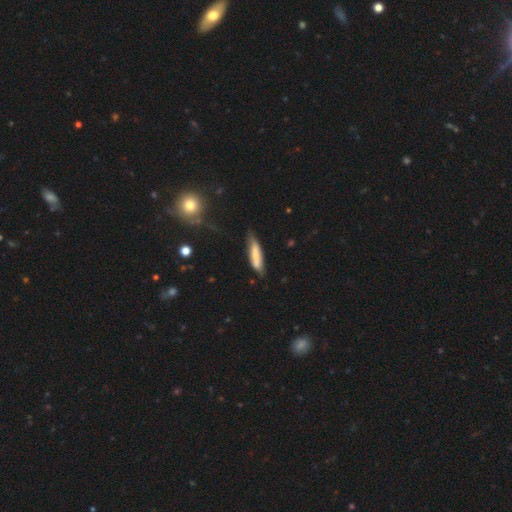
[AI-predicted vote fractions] smooth 69%, featured or disk 25%, star or artifact 7%. Down the decision tree: how rounded — cigar-shaped (76%); merging — none (61%).